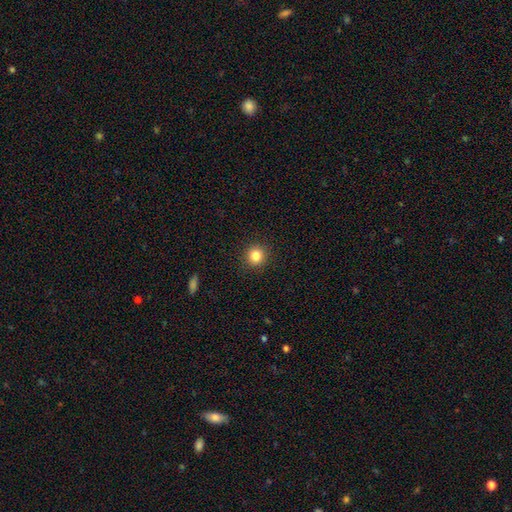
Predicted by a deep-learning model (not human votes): smooth_or_featured: smooth (p=0.83) [alt: star or artifact p=0.12]
how_rounded: round (p=0.91) [alt: in between p=0.08]
merging: none (p=0.92) [alt: minor disturbance p=0.06]